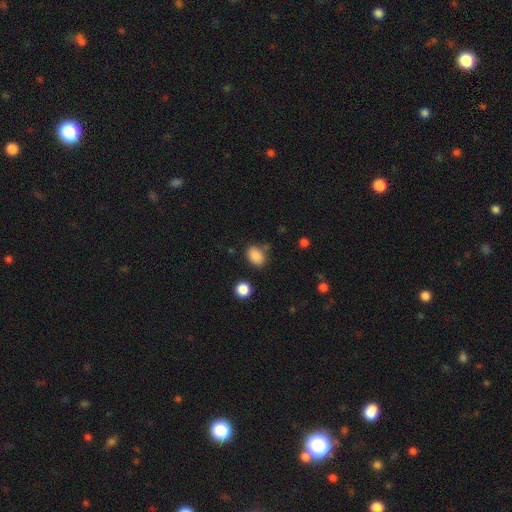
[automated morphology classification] Smooth or featured?
  - smooth: 86% *
  - star or artifact: 10%
  - featured or disk: 4%
How rounded?
  - in between: 75% *
  - round: 24%
  - cigar-shaped: 1%
Merging?
  - none: 77% *
  - minor disturbance: 14%
  - merger: 5%
  - major disturbance: 4%